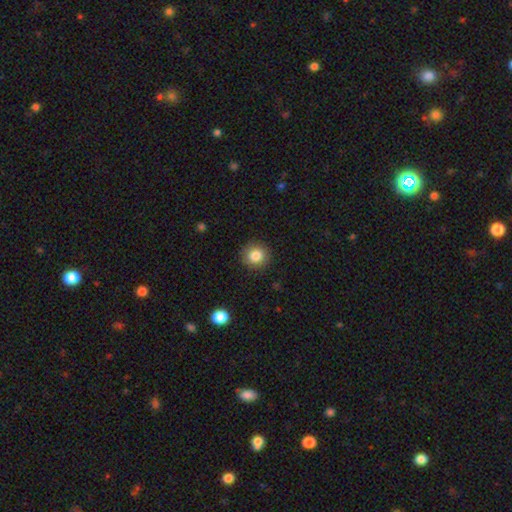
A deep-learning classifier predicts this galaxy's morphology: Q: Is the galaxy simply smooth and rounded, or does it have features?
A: smooth — 84%.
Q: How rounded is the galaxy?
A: round — 91%.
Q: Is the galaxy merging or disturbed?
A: none — 90%.